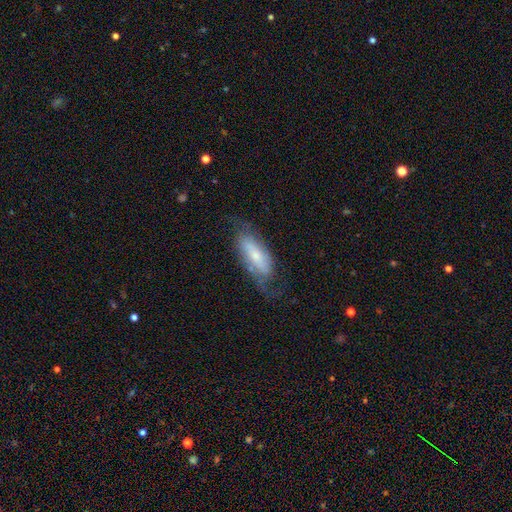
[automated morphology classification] Smooth or featured? Predicted: featured or disk (p=0.57). Edge-on disk? Predicted: no (p=0.83). Merging? Predicted: none (p=0.57).